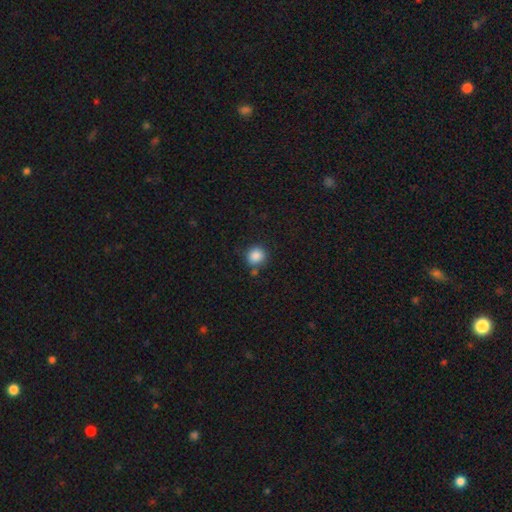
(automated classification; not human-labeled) The model was most divided on "merging": none: 77%, minor disturbance: 13%, merger: 7%, major disturbance: 4%. More confident: how rounded — round (88%); smooth or featured — smooth (86%).